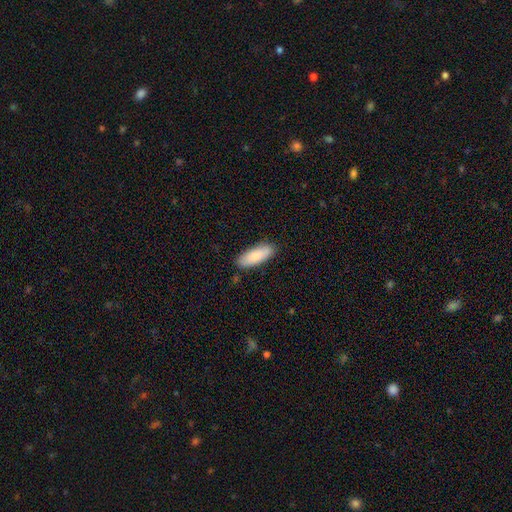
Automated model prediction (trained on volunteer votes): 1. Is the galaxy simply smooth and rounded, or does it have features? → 82% smooth, 13% featured or disk, 6% star or artifact.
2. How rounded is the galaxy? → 68% in between, 30% cigar-shaped, 2% round.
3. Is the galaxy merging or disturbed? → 85% none, 12% minor disturbance, 2% major disturbance, 2% merger.